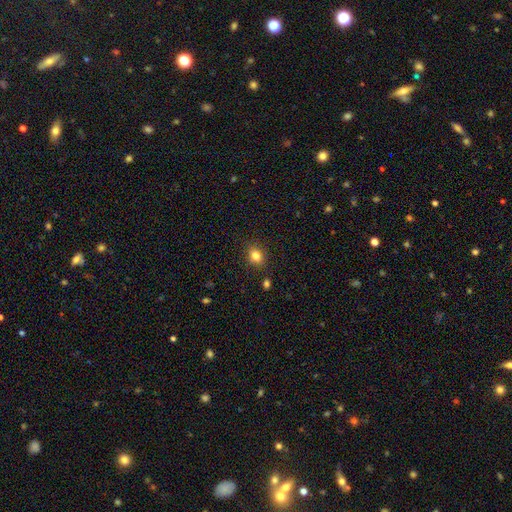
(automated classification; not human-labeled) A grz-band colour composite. It shows a smooth galaxy with no disk features (82%) that is round (51%). Merging: none (87%).